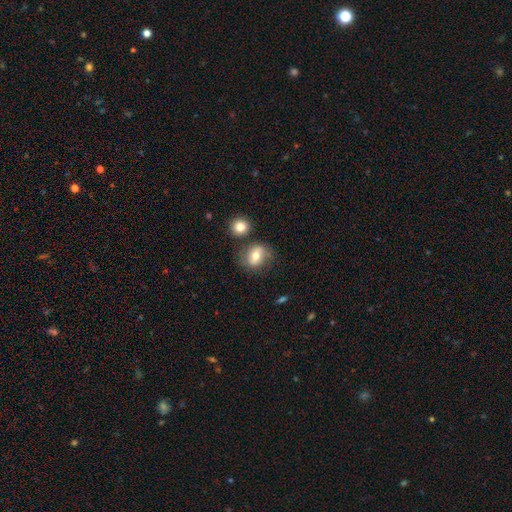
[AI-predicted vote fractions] Smooth or featured? Predicted: smooth (p=0.65). How rounded? Predicted: in between (p=0.54). Merging? Predicted: none (p=0.67).